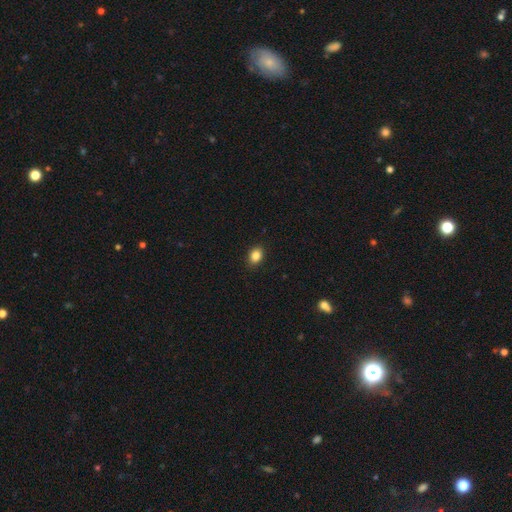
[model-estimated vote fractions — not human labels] smooth-or-featured: smooth: 86% | star or artifact: 10% | featured or disk: 4%
  how-rounded: in between: 66% | round: 33% | cigar-shaped: 1%
  merging: none: 89% | minor disturbance: 8% | major disturbance: 2% | merger: 1%